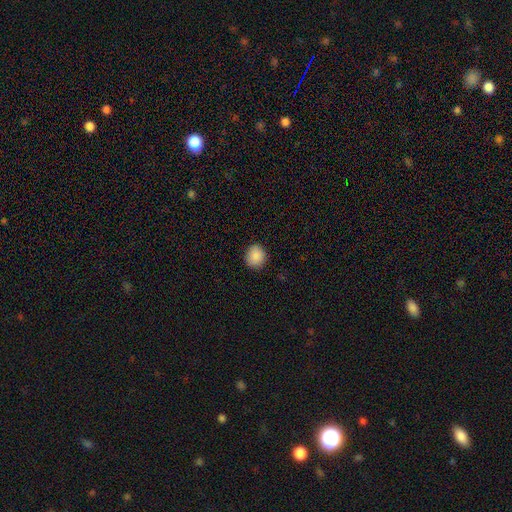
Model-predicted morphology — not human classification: type=smooth (88%); roundness=round (80%); merging=none (89%).